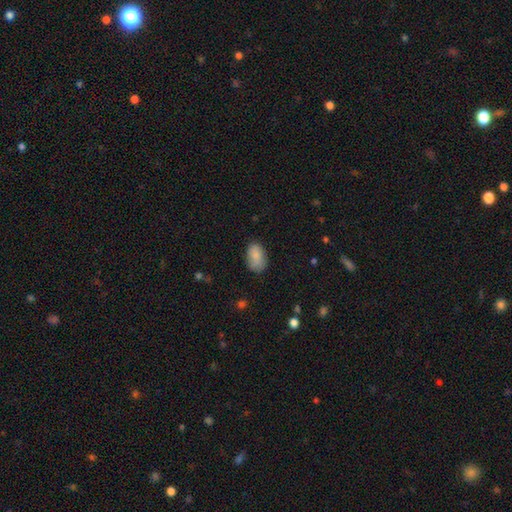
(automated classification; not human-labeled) Smooth or featured? smooth (85%)
How rounded? in between (90%)
Merging? none (70%)